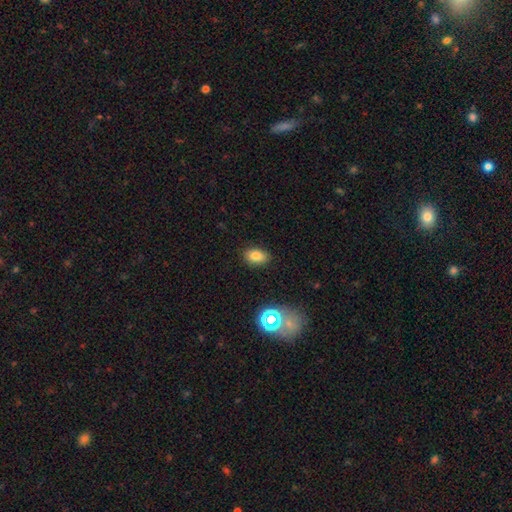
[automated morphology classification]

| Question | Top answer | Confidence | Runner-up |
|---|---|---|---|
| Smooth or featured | smooth | 80% | star or artifact (13%) |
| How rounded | in between | 83% | round (16%) |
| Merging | none | 86% | minor disturbance (10%) |